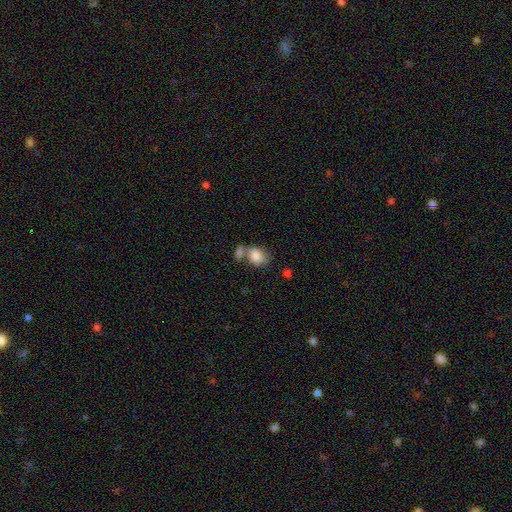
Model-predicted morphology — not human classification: Q: Smooth or featured?
A: smooth (79%); runner-up: featured or disk (13%)
Q: How rounded?
A: in between (73%); runner-up: round (25%)
Q: Merging?
A: merger (43%); runner-up: none (33%)